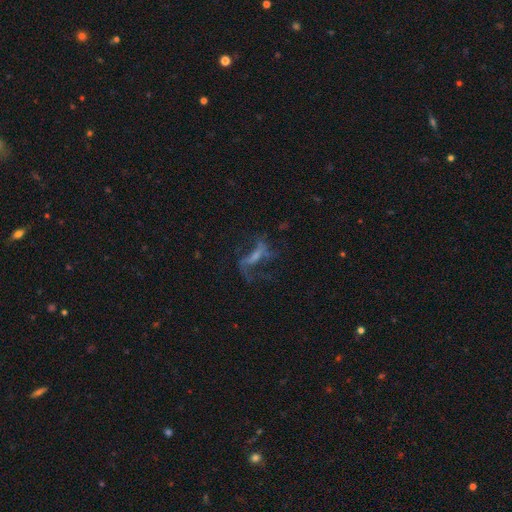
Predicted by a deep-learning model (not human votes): Smooth or featured: featured or disk — 66% (star or artifact — 19%)
Edge-on disk: no — 85% (yes — 15%)
Bar: weak — 36% (no — 33%)
Spiral arms: yes — 71% (no — 29%)
Bulge size: none — 38% (small — 36%)
Merging: none — 47% (major disturbance — 33%)